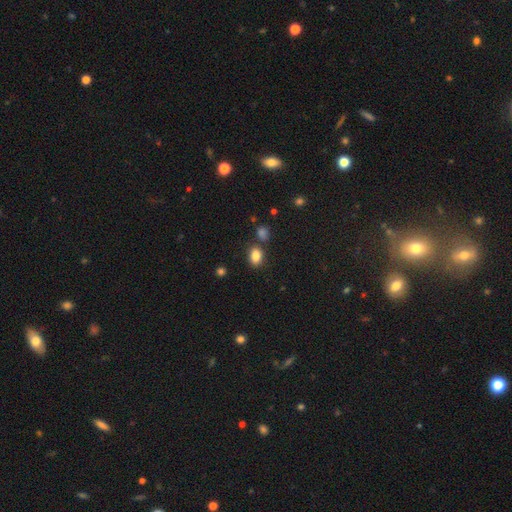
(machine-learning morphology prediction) smooth 85%, star or artifact 10%, featured or disk 5%. Down the decision tree: how rounded — in between (74%); merging — none (76%).